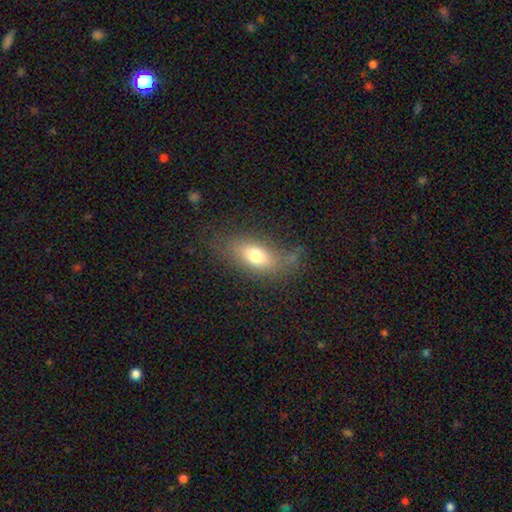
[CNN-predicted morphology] Smooth or featured: smooth — 70% (featured or disk — 20%)
How rounded: in between — 81% (cigar-shaped — 10%)
Merging: none — 68% (minor disturbance — 19%)